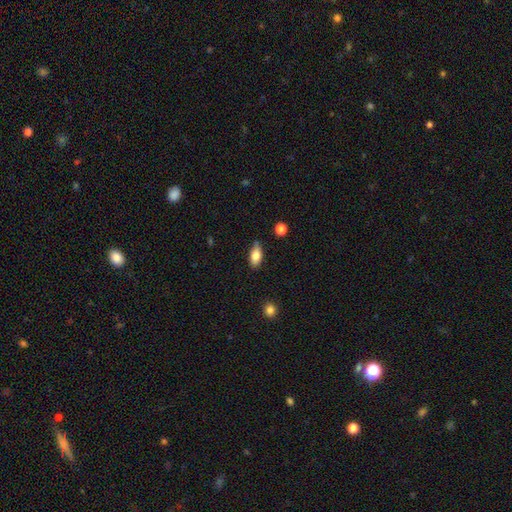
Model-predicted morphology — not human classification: This is likely a smooth galaxy (79%). How rounded: clearly in between (88%). Merging: likely none (73%).